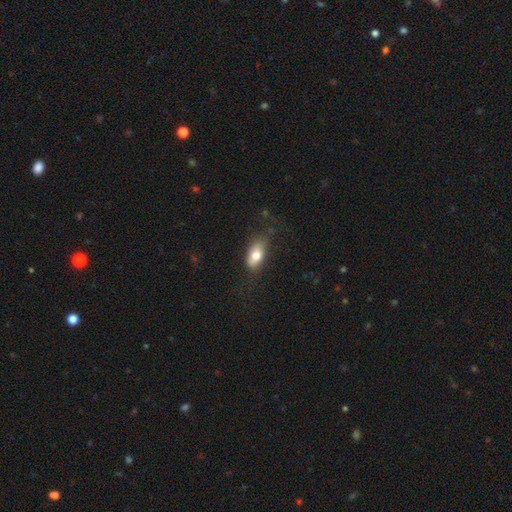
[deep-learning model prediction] Q: Smooth or featured?
A: smooth (73%); runner-up: featured or disk (20%)
Q: How rounded?
A: in between (87%); runner-up: cigar-shaped (7%)
Q: Merging?
A: none (67%); runner-up: minor disturbance (23%)